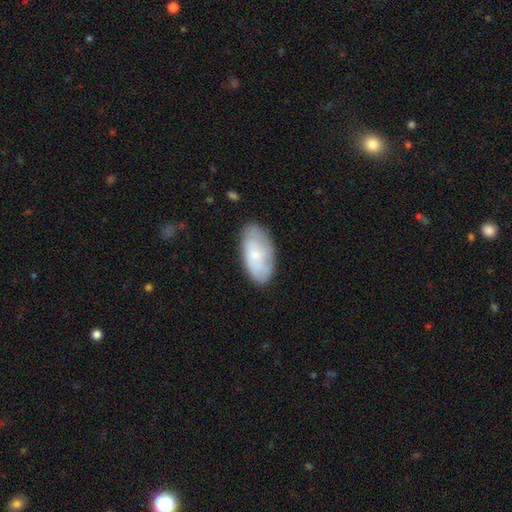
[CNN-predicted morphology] smooth_or_featured: smooth (p=0.60) [alt: featured or disk p=0.33]
how_rounded: in between (p=0.93) [alt: cigar-shaped p=0.04]
merging: none (p=0.76) [alt: minor disturbance p=0.19]